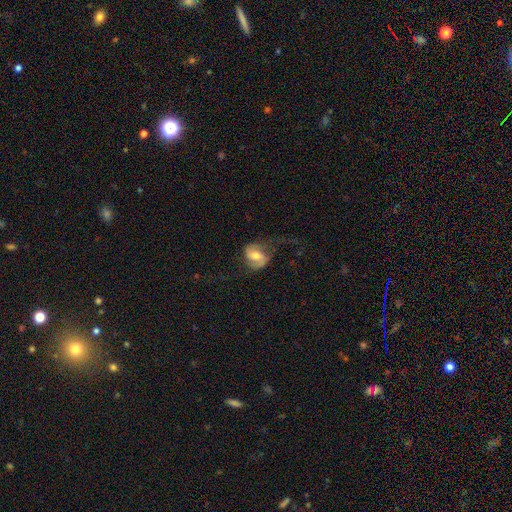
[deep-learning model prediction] Q: Smooth or featured?
A: featured or disk (71%); runner-up: smooth (22%)
Q: Edge-on disk?
A: no (97%); runner-up: yes (3%)
Q: Bar?
A: weak (45%); runner-up: no (30%)
Q: Spiral arms?
A: yes (90%); runner-up: no (10%)
Q: Spiral winding?
A: loose (49%); runner-up: medium (38%)
Q: Spiral arm count?
A: 2 (86%); runner-up: 1 (6%)
Q: Bulge size?
A: moderate (69%); runner-up: small (20%)
Q: Merging?
A: none (56%); runner-up: major disturbance (22%)